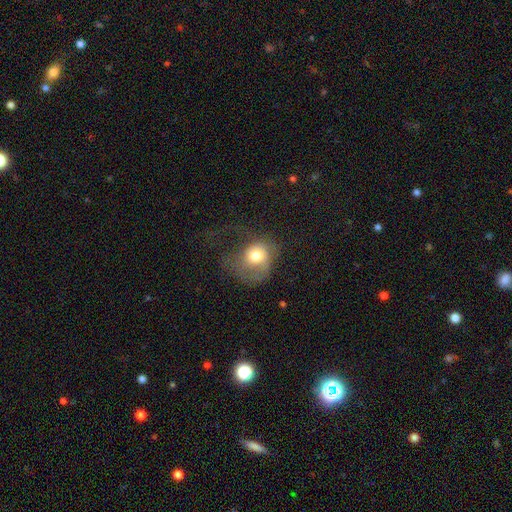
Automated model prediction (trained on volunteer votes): Smooth or featured? Predicted: smooth (p=0.64). How rounded? Predicted: round (p=0.58). Merging? Predicted: major disturbance (p=0.52).